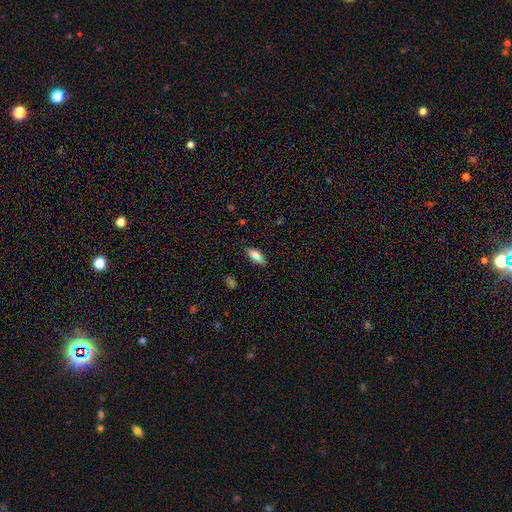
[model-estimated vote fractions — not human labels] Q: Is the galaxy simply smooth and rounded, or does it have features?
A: smooth — 78%.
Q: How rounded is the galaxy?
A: in between — 75%.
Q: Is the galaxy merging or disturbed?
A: none — 82%.